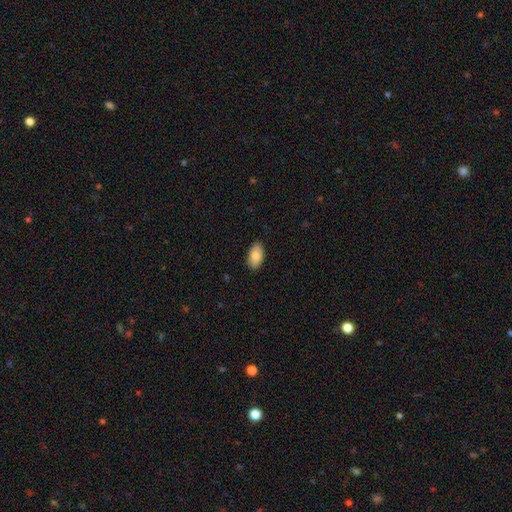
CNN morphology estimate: This is clearly a smooth galaxy (86%). How rounded: clearly in between (95%). Merging: clearly none (88%).